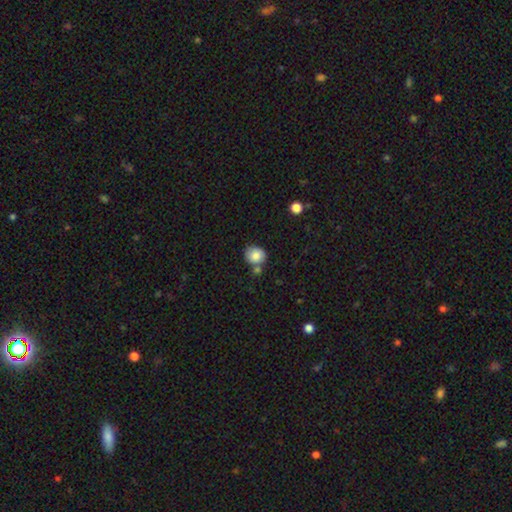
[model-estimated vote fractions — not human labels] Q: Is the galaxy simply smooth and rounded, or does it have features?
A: smooth — 82%.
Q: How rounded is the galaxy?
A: round — 75%.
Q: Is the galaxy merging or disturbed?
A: none — 63%.